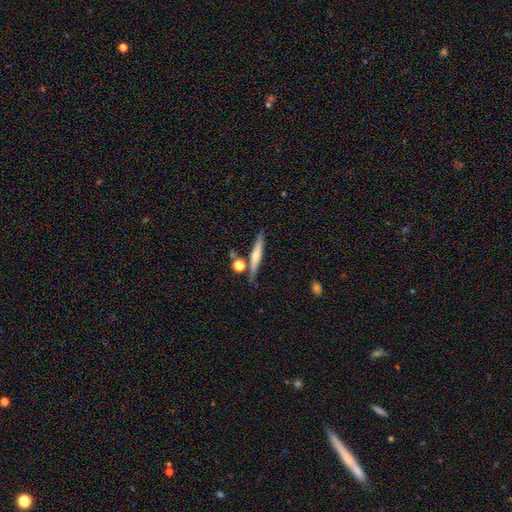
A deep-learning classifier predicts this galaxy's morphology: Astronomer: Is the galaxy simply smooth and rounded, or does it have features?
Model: featured or disk — 47% (runner-up: smooth, 46%).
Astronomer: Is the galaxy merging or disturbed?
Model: none — 76%.